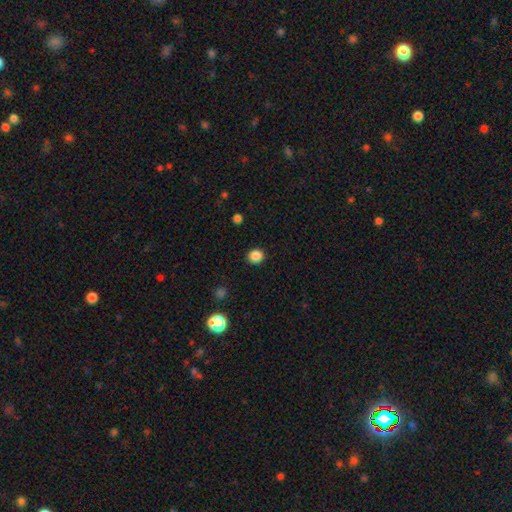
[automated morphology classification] The model was most divided on "how rounded": round: 84%, in between: 16%, cigar-shaped: 1%. More confident: merging — none (91%); smooth or featured — smooth (86%).